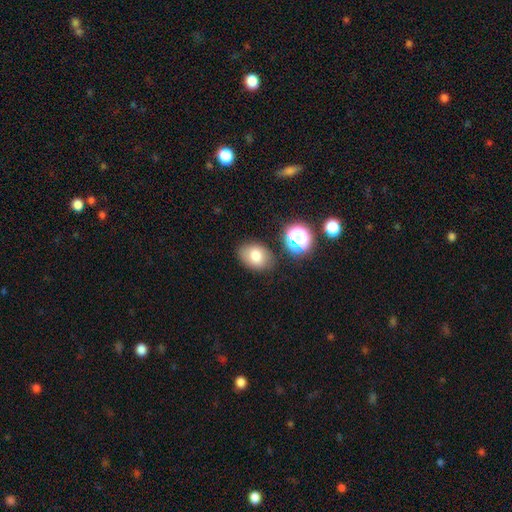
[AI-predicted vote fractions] Morphology: type=smooth (78%); roundness=in between (71%); merging=none (76%).